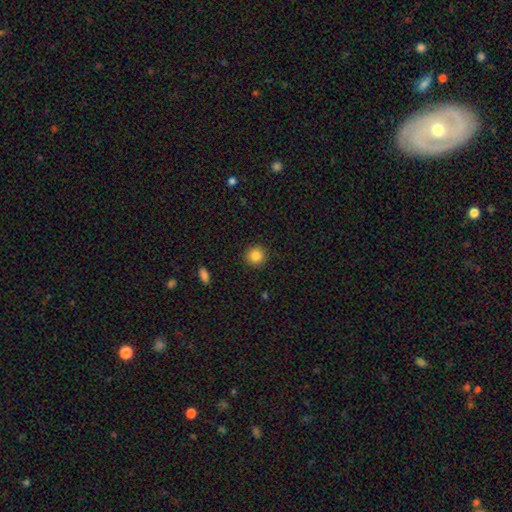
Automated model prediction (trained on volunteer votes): This appears to be a smooth galaxy with no disk features (85%) that is round (93%). Merging: none (91%).